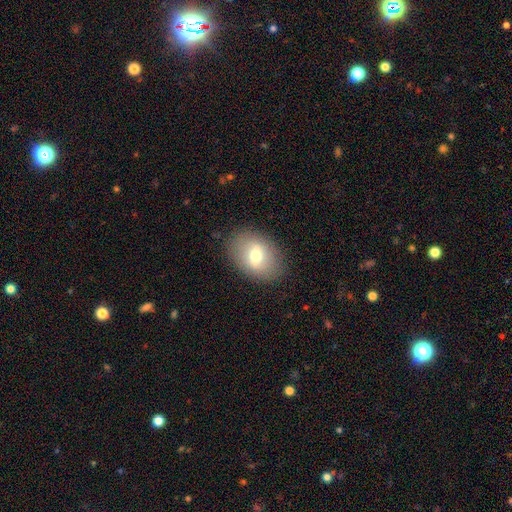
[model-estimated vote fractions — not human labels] smooth_or_featured: smooth (p=0.67) [alt: featured or disk p=0.25]
how_rounded: in between (p=0.80) [alt: round p=0.19]
merging: none (p=0.85) [alt: minor disturbance p=0.10]